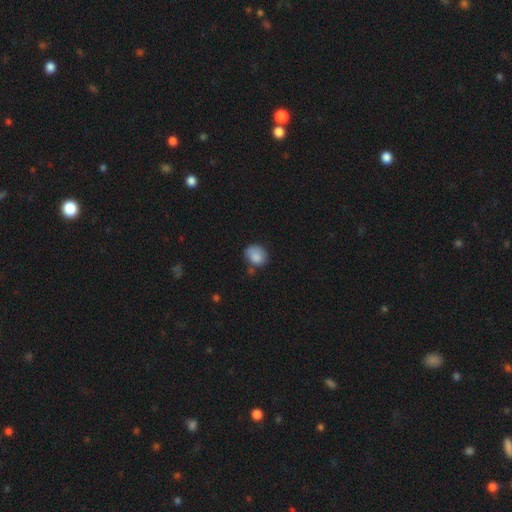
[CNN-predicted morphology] Overall: smooth (85%). How rounded: round (56%; in between 43%). Merging: none (59%; minor disturbance 28%).